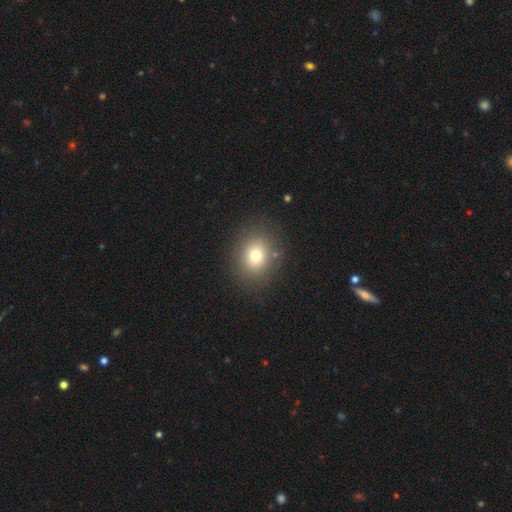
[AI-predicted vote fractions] smooth-or-featured: smooth: 74% | star or artifact: 14% | featured or disk: 12%
  how-rounded: round: 58% | in between: 41% | cigar-shaped: 1%
  merging: none: 84% | minor disturbance: 9% | major disturbance: 4% | merger: 2%